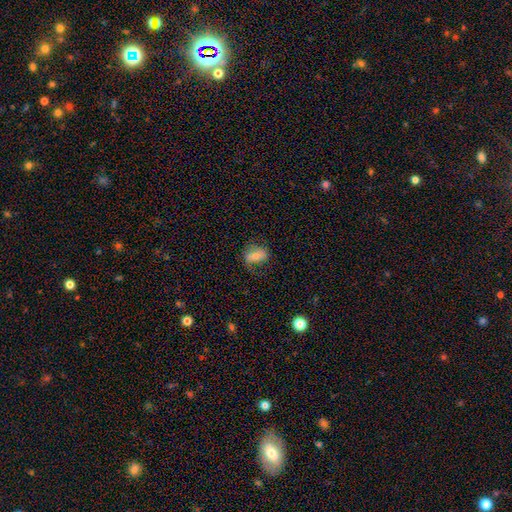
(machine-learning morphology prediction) Smooth or featured: smooth — 60% (featured or disk — 30%)
How rounded: in between — 77% (round — 19%)
Merging: none — 61% (minor disturbance — 24%)